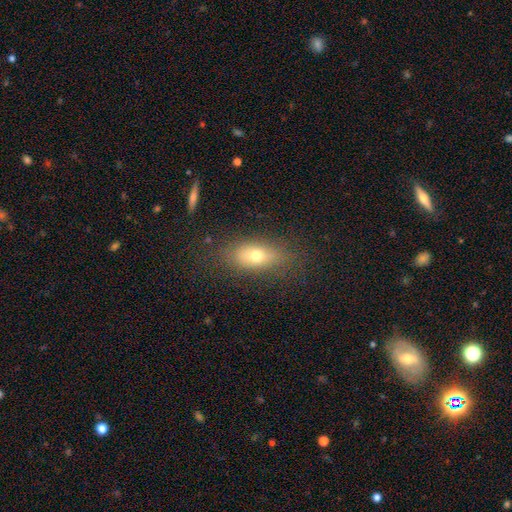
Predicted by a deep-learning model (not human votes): smooth-or-featured: smooth: 66% | featured or disk: 23% | star or artifact: 12%
  how-rounded: in between: 74% | cigar-shaped: 17% | round: 9%
  merging: none: 77% | minor disturbance: 14% | major disturbance: 7% | merger: 2%